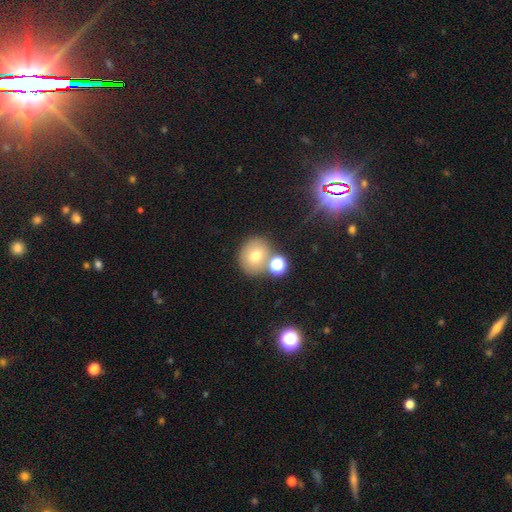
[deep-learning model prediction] Smooth or featured?
  - smooth: 70% *
  - featured or disk: 15%
  - star or artifact: 14%
How rounded?
  - round: 70% *
  - in between: 29%
  - cigar-shaped: 1%
Merging?
  - none: 64% *
  - merger: 21%
  - minor disturbance: 11%
  - major disturbance: 4%